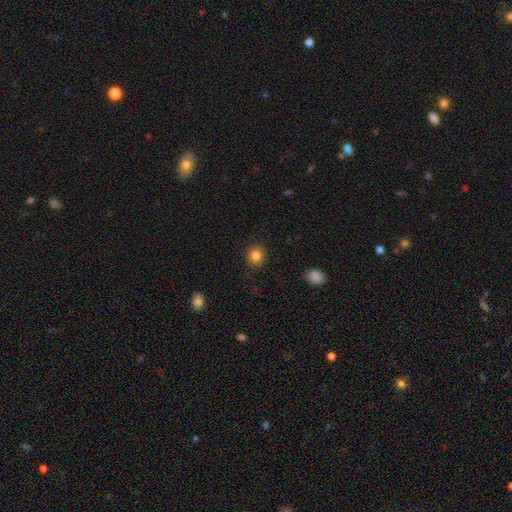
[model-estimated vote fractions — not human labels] A smooth galaxy with no disk features (84%) that is round (83%).

Vote fractions:
- Smooth or featured? smooth: 84% / star or artifact: 11% / featured or disk: 5%
- How rounded? round: 83% / in between: 16% / cigar-shaped: 1%
- Merging? none: 90% / minor disturbance: 7% / major disturbance: 2% / merger: 1%